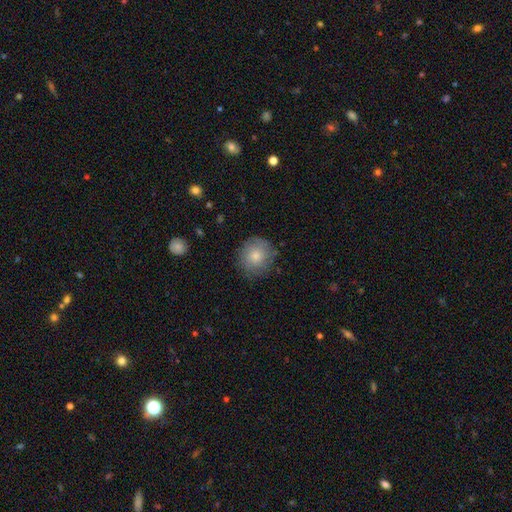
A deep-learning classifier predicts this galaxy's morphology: The model was most divided on "smooth or featured": smooth: 77%, featured or disk: 15%, star or artifact: 7%. More confident: how rounded — round (89%); merging — none (80%).